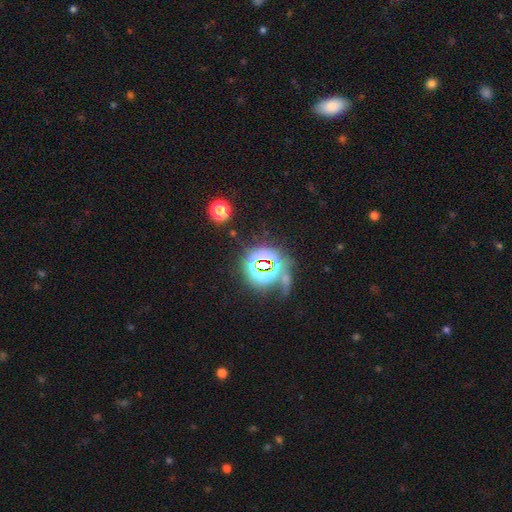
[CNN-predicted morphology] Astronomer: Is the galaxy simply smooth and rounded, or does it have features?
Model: star or artifact — 76%.